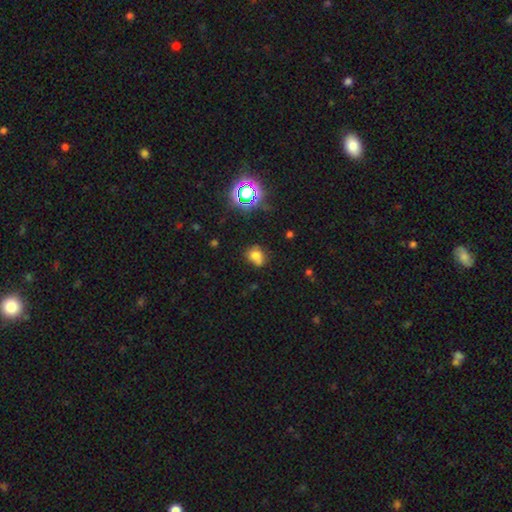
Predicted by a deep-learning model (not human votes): smooth_or_featured: smooth (p=0.69) [alt: star or artifact p=0.18]
how_rounded: round (p=0.58) [alt: in between p=0.41]
merging: none (p=0.53) [alt: minor disturbance p=0.23]